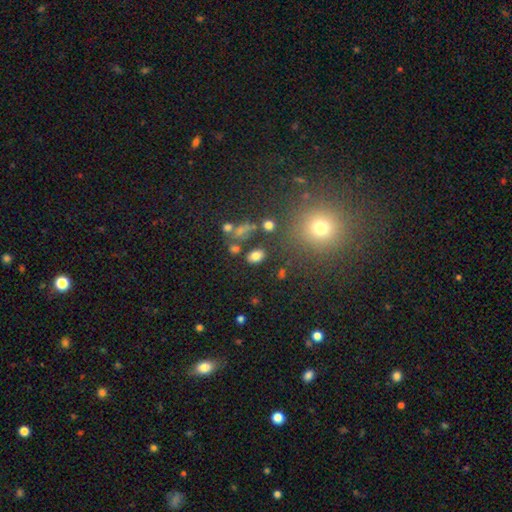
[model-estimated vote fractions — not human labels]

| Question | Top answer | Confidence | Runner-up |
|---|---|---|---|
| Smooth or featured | smooth | 78% | star or artifact (14%) |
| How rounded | in between | 79% | round (20%) |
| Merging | none | 77% | minor disturbance (11%) |